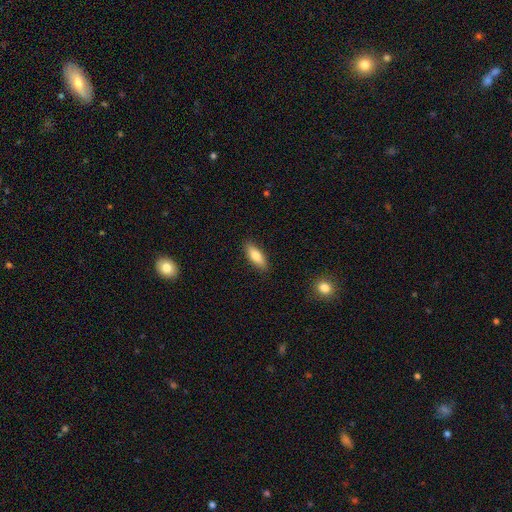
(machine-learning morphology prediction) This appears to be a smooth galaxy with no disk features (79%) that is in between round and cigar-shaped (67%). Merging: none (88%).